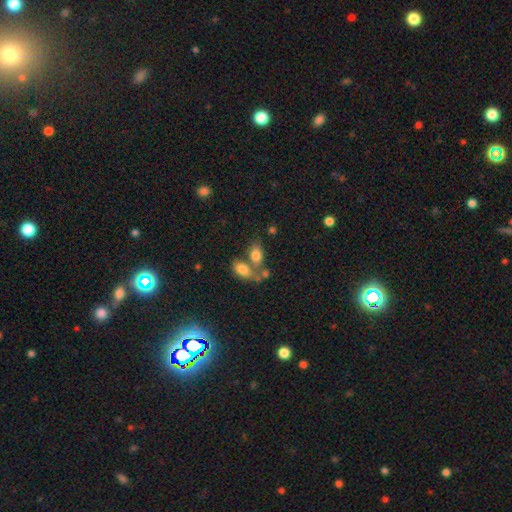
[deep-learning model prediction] This appears to be a smooth galaxy with no disk features (78%) that is in between round and cigar-shaped (87%). Merging: merger (46%).